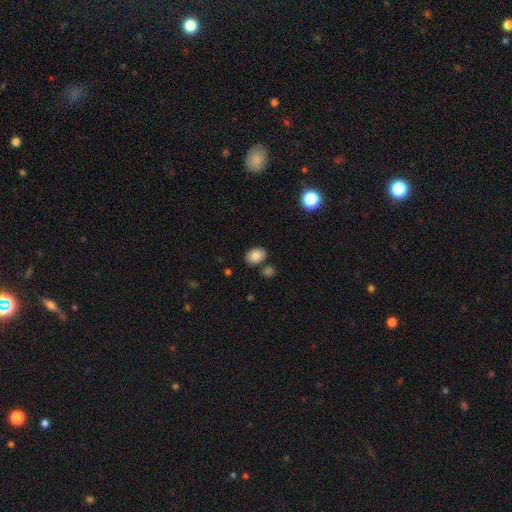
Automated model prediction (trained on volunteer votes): Smooth or featured? smooth (86%)
How rounded? in between (74%)
Merging? none (77%)